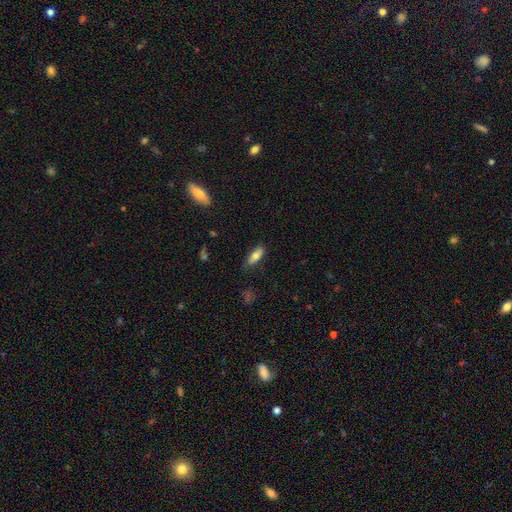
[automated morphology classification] A smooth galaxy with no disk features (76%) that is in between round and cigar-shaped (71%). Merging: none (77%).